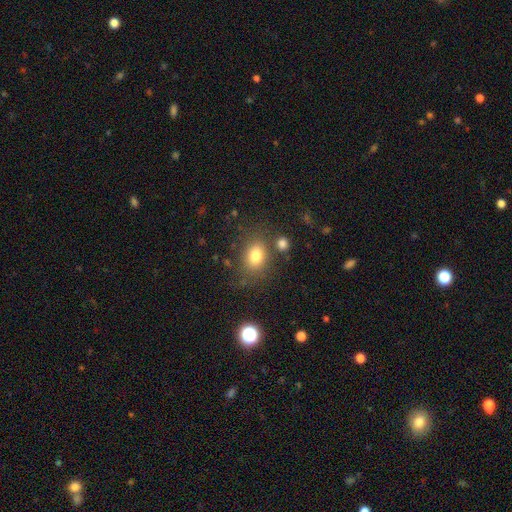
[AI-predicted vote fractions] Overall: smooth (79%). How rounded: in between (65%; round 33%). Merging: none (73%).